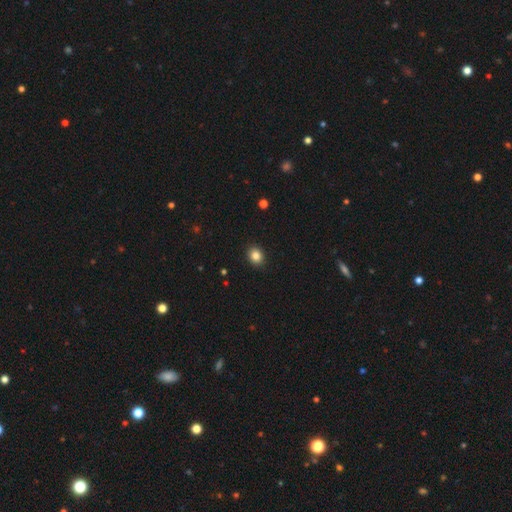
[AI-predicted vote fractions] Smooth or featured? Predicted: smooth (p=0.85). How rounded? Predicted: round (p=0.56). Merging? Predicted: none (p=0.90).